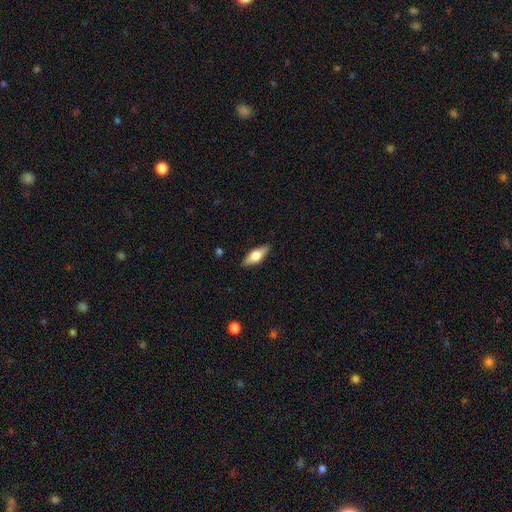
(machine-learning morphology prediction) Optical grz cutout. It shows a smooth galaxy with no disk features (49%). Merging: none (88%).